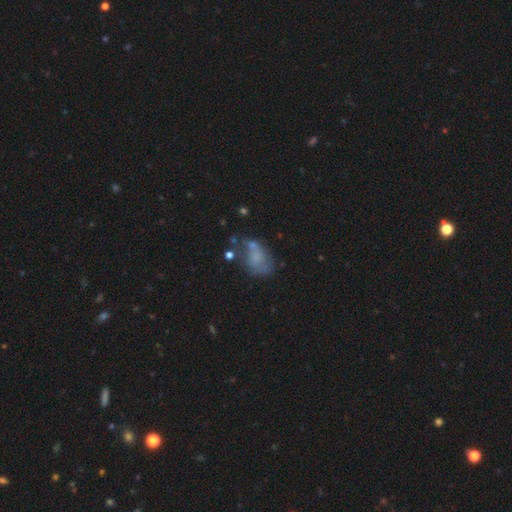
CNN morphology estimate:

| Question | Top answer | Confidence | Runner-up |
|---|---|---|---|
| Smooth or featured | smooth | 50% | featured or disk (35%) |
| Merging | none | 35% | major disturbance (25%) |